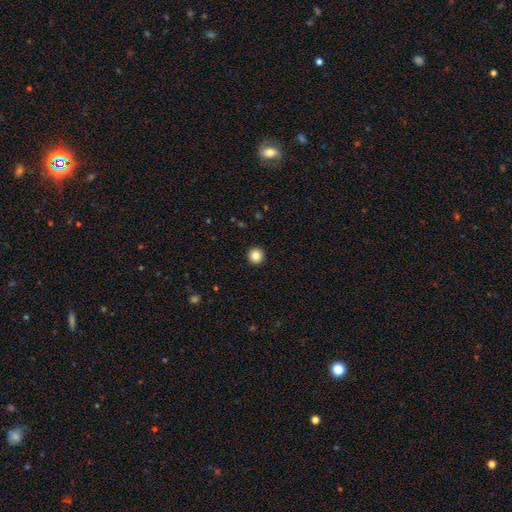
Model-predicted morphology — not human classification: Overall: smooth (85%). How rounded: round (96%). Merging: none (94%).